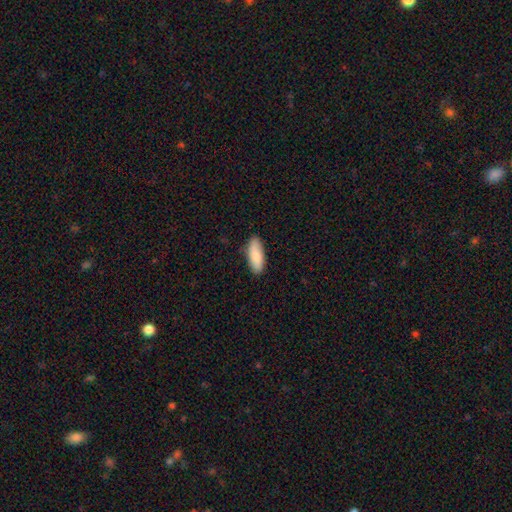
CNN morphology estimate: Smooth or featured?
  - smooth: 87% *
  - featured or disk: 7%
  - star or artifact: 5%
How rounded?
  - in between: 69% *
  - cigar-shaped: 30%
  - round: 2%
Merging?
  - none: 88% *
  - minor disturbance: 10%
  - major disturbance: 2%
  - merger: 1%